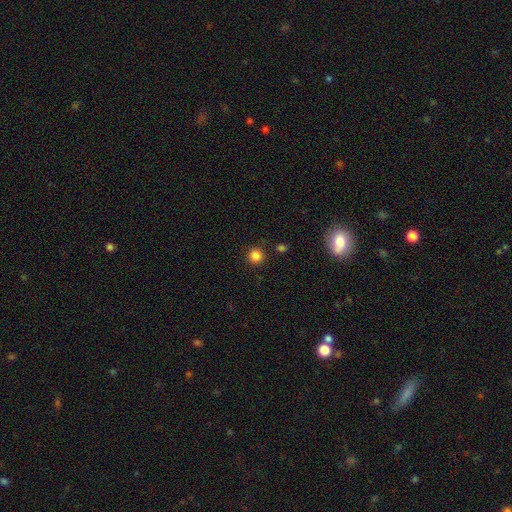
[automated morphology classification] The model was most divided on "smooth or featured": smooth: 84%, star or artifact: 12%, featured or disk: 4%. More confident: how rounded — round (95%); merging — none (89%).